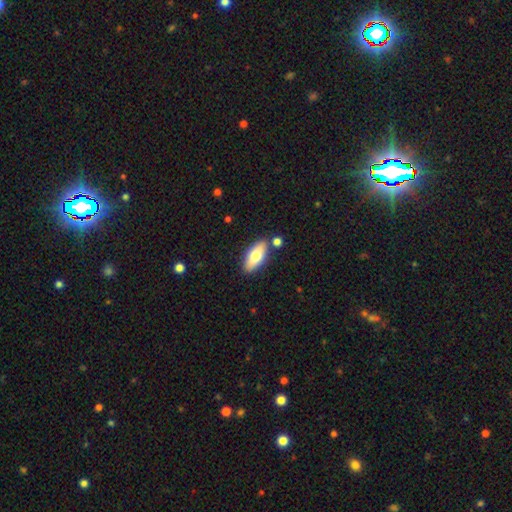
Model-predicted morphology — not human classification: A smooth galaxy with no disk features (68%) that is in between round and cigar-shaped (77%). Merging: none (81%).